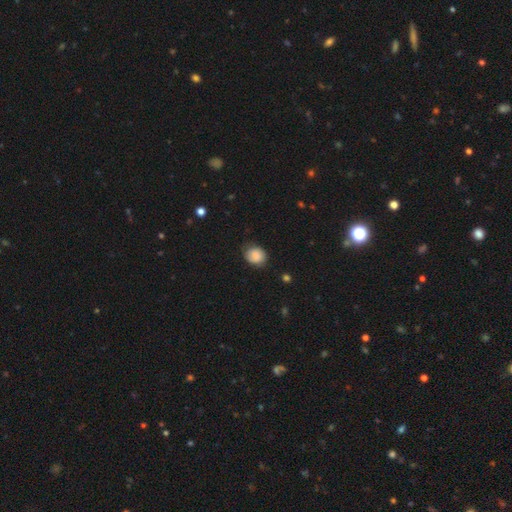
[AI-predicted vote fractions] Overall: smooth (84%). How rounded: round (61%; in between 38%). Merging: none (78%).